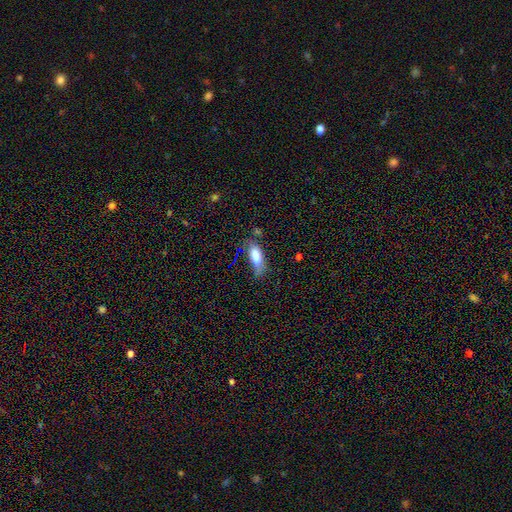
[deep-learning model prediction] Smooth or featured? Predicted: smooth (p=0.77). How rounded? Predicted: in between (p=0.72). Merging? Predicted: none (p=0.47).